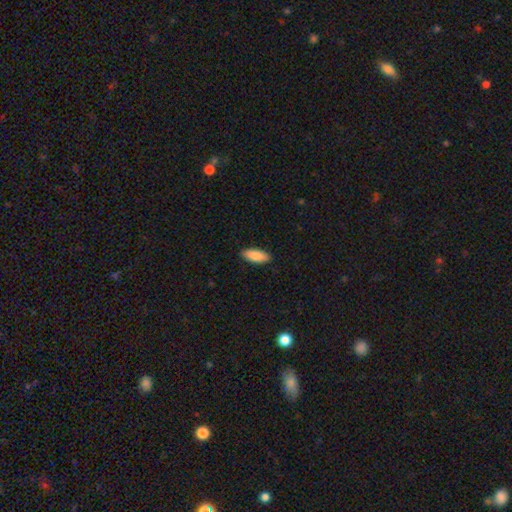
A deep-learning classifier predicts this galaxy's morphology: A smooth galaxy with no disk features (88%) that is in between round and cigar-shaped (82%). Merging: none (88%).